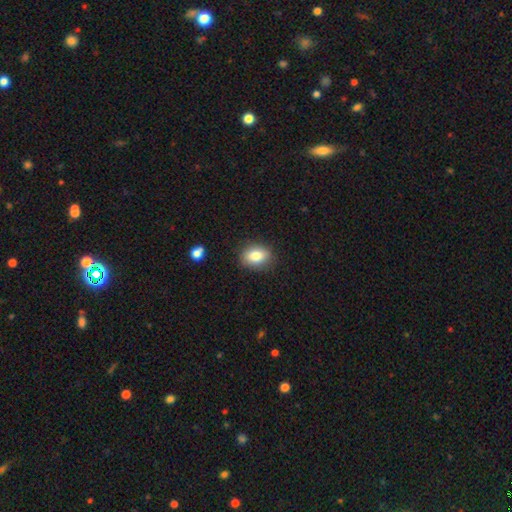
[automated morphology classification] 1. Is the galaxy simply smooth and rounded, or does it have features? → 81% smooth, 10% featured or disk, 9% star or artifact.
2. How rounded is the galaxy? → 66% in between, 32% round, 1% cigar-shaped.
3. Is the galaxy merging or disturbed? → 85% none, 11% minor disturbance, 3% major disturbance, 1% merger.